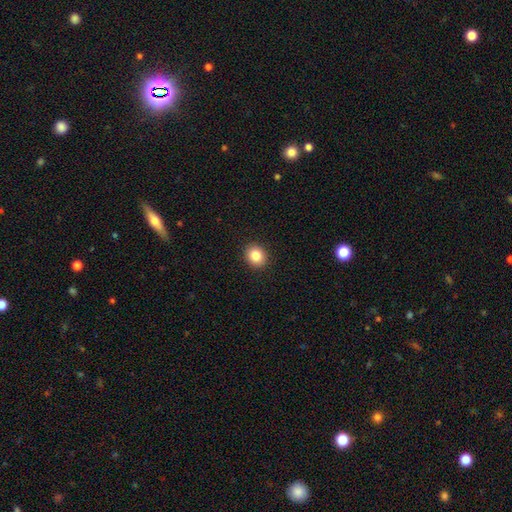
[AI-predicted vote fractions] Overall: smooth (85%). How rounded: round (65%; in between 34%). Merging: none (91%).